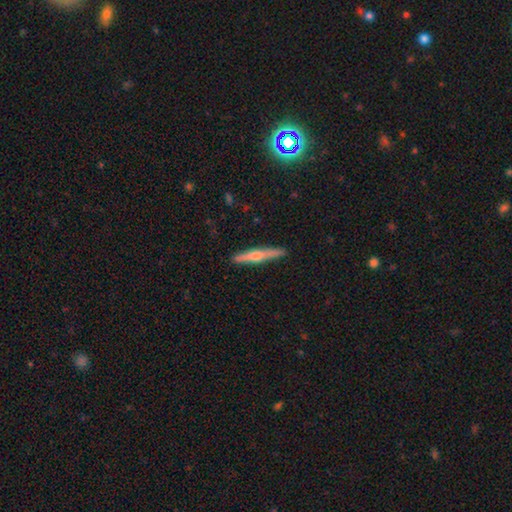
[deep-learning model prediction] Q: Smooth or featured?
A: featured or disk (60%); runner-up: smooth (34%)
Q: Edge-on disk?
A: yes (97%); runner-up: no (3%)
Q: Edge-on bulge?
A: rounded (88%); runner-up: none (8%)
Q: Merging?
A: none (91%); runner-up: minor disturbance (7%)